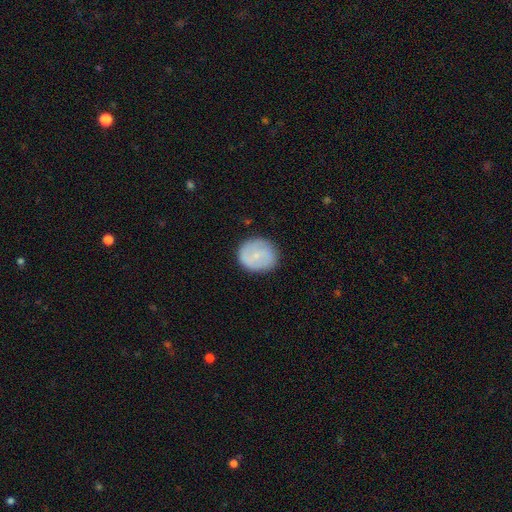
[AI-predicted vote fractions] smooth_or_featured: smooth (p=0.60) [alt: featured or disk p=0.33]
how_rounded: round (p=0.80) [alt: in between p=0.19]
merging: none (p=0.83) [alt: minor disturbance p=0.13]